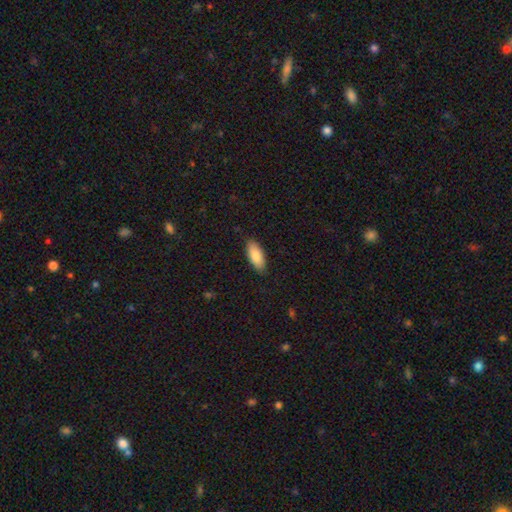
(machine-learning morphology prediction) Smooth or featured? smooth (85%)
How rounded? in between (82%)
Merging? none (87%)